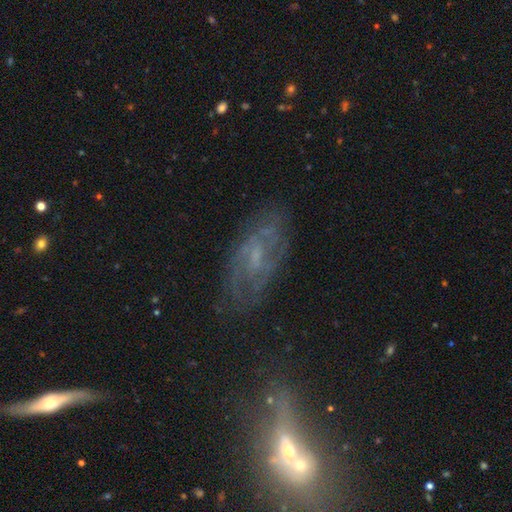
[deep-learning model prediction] smooth_or_featured: featured or disk (p=0.65) [alt: smooth p=0.21]
disk_edge_on: no (p=0.91) [alt: yes p=0.09]
bar: weak (p=0.47) [alt: no p=0.41]
has_spiral_arms: yes (p=0.74) [alt: no p=0.26]
bulge_size: small (p=0.49) [alt: none p=0.26]
merging: none (p=0.68) [alt: minor disturbance p=0.19]